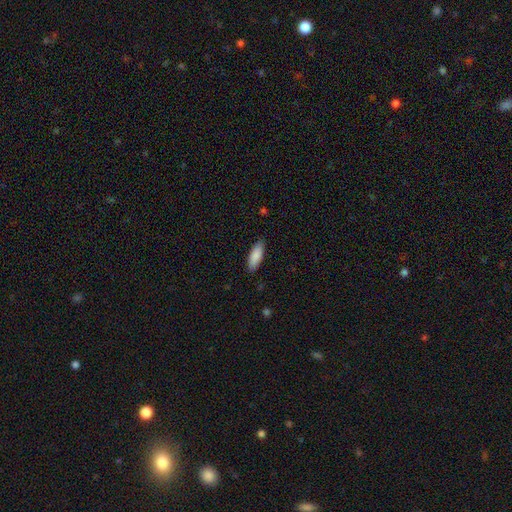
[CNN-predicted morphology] smooth 88%, featured or disk 6%, star or artifact 5%. Down the decision tree: how rounded — in between (66%); merging — none (88%).